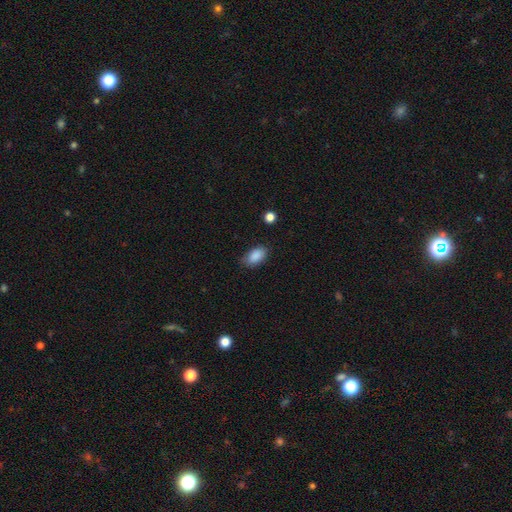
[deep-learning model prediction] Overall: smooth (88%). How rounded: in between (92%). Merging: none (79%).